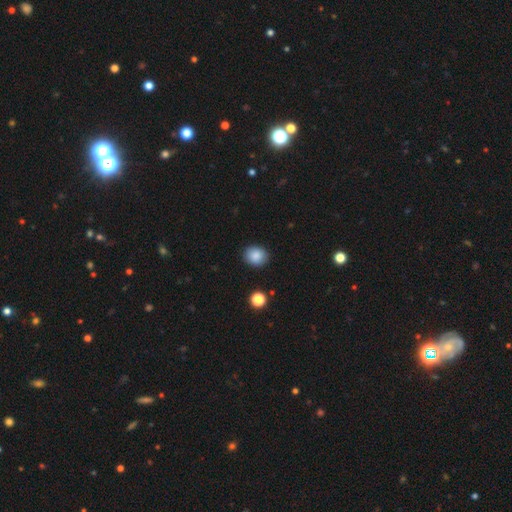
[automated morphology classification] smooth-or-featured: smooth: 87% | star or artifact: 9% | featured or disk: 4%
  how-rounded: round: 67% | in between: 32% | cigar-shaped: 1%
  merging: none: 88% | minor disturbance: 8% | major disturbance: 2% | merger: 1%